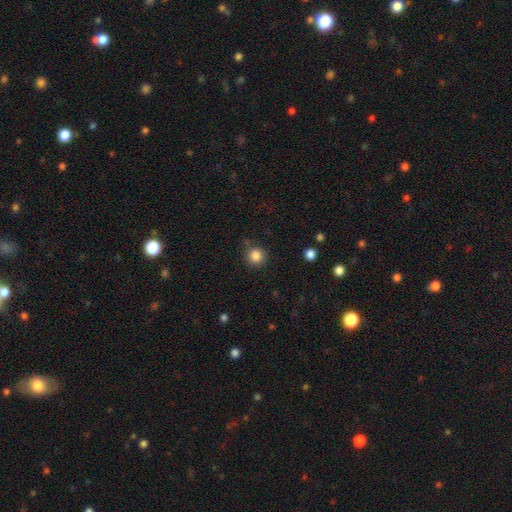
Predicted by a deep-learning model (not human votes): Smooth or featured: smooth — 84% (star or artifact — 11%)
How rounded: round — 94% (in between — 5%)
Merging: none — 84% (minor disturbance — 10%)